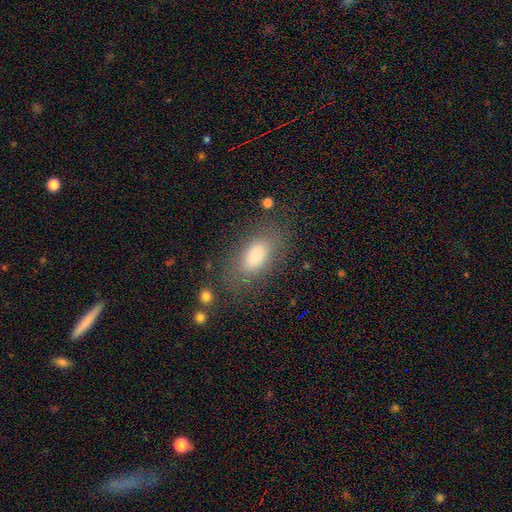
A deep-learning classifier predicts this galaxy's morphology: The model was most divided on "merging": none: 73%, minor disturbance: 16%, major disturbance: 9%, merger: 3%. More confident: how rounded — in between (90%); smooth or featured — smooth (81%).